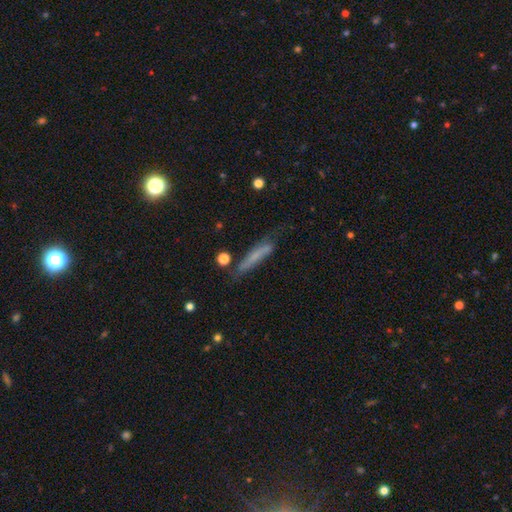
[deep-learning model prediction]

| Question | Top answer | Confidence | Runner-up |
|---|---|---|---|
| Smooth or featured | smooth | 59% | featured or disk (31%) |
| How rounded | cigar-shaped | 87% | in between (10%) |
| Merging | none | 59% | minor disturbance (26%) |